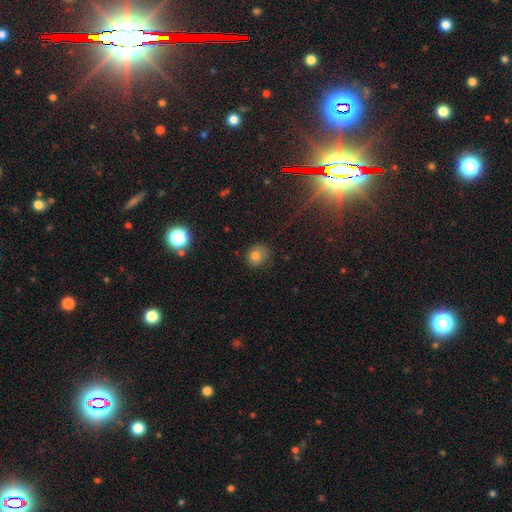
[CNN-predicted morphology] smooth 77%, star or artifact 14%, featured or disk 10%. Down the decision tree: how rounded — round (78%); merging — none (76%).